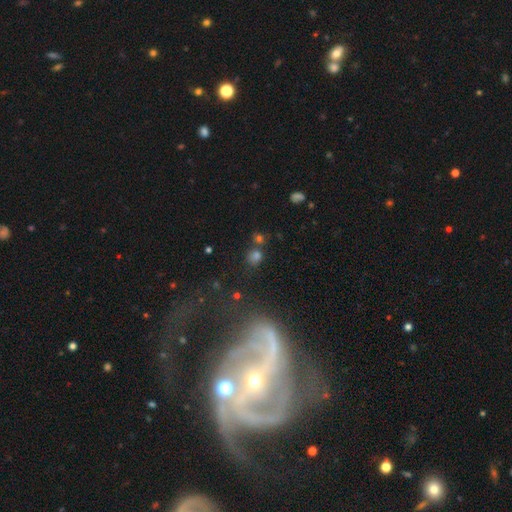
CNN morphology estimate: Overall: smooth (65%; star or artifact 27%). How rounded: round (79%). Merging: none (72%).